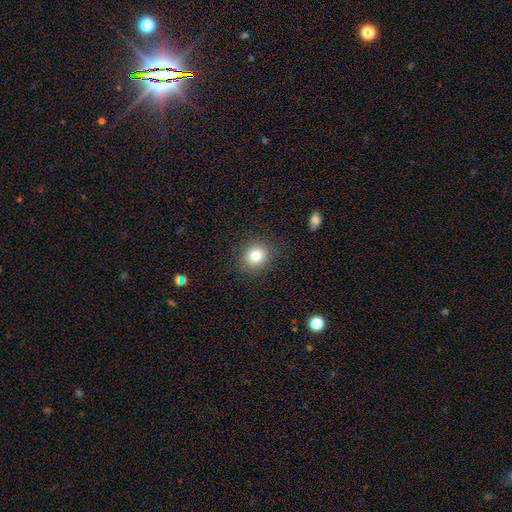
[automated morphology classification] Q: Smooth or featured?
A: smooth (81%); runner-up: star or artifact (11%)
Q: How rounded?
A: round (72%); runner-up: in between (27%)
Q: Merging?
A: none (87%); runner-up: minor disturbance (9%)